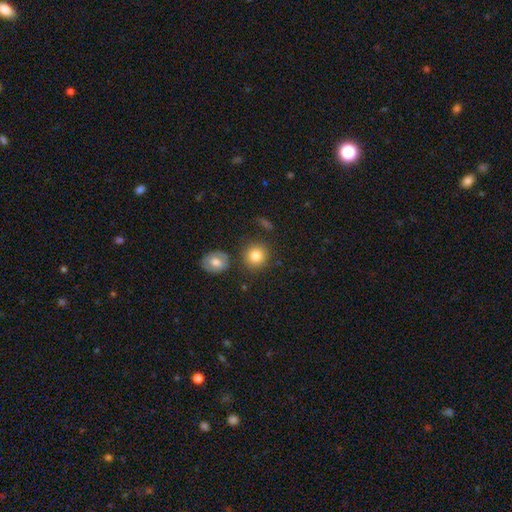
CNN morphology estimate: smooth_or_featured: smooth (p=0.83) [alt: star or artifact p=0.09]
how_rounded: round (p=0.88) [alt: in between p=0.11]
merging: none (p=0.80) [alt: minor disturbance p=0.10]